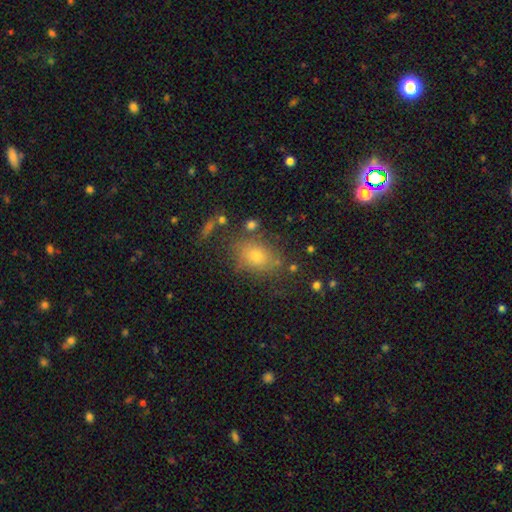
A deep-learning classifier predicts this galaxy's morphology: smooth 71%, star or artifact 16%, featured or disk 13%. Down the decision tree: how rounded — in between (72%); merging — none (72%).